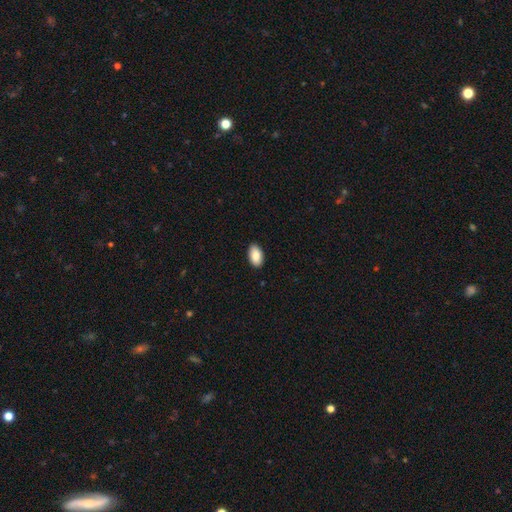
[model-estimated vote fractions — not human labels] smooth 84%, featured or disk 10%, star or artifact 7%. Down the decision tree: how rounded — in between (94%); merging — none (90%).